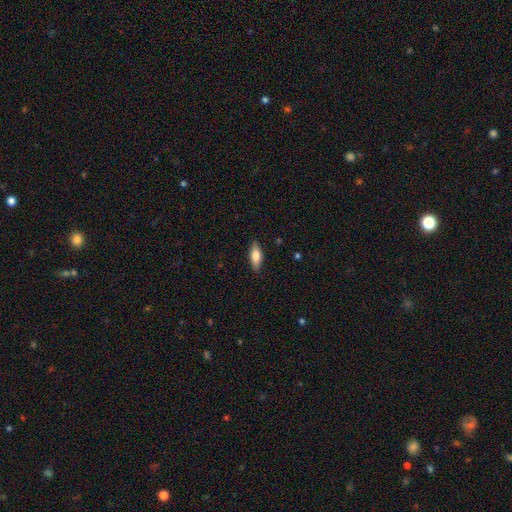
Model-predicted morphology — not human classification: smooth_or_featured: smooth (p=0.77) [alt: featured or disk p=0.16]
how_rounded: in between (p=0.73) [alt: cigar-shaped p=0.24]
merging: none (p=0.87) [alt: minor disturbance p=0.10]